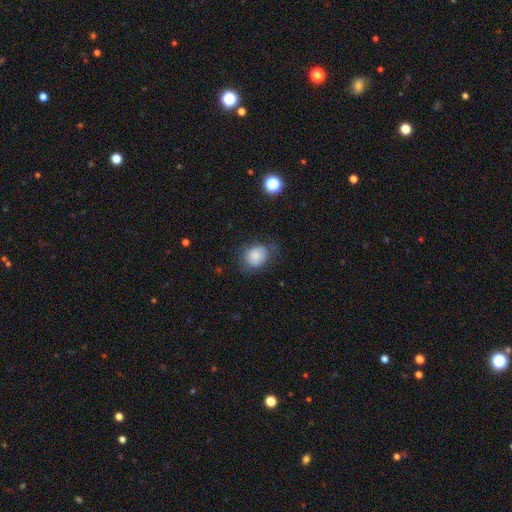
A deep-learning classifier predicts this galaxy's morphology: type=smooth (81%); roundness=round (57%); merging=none (65%).